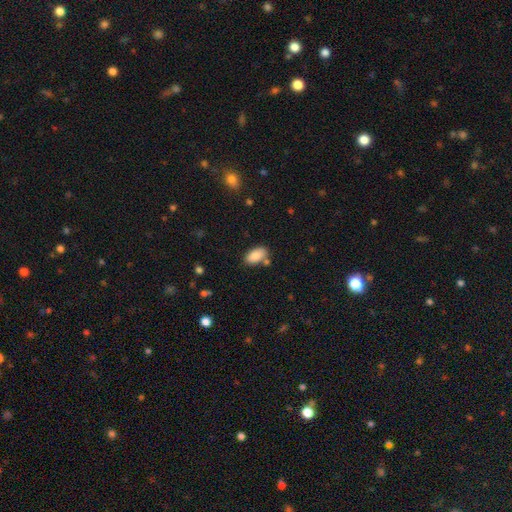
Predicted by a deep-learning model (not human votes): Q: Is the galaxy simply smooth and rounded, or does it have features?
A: smooth — 87%.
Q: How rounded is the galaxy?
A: in between — 94%.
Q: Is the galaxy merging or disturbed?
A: none — 75%.